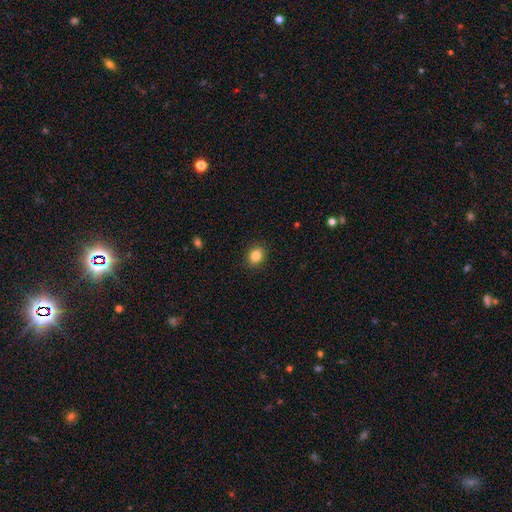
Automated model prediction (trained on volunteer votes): smooth_or_featured: smooth (p=0.85) [alt: star or artifact p=0.10]
how_rounded: round (p=0.62) [alt: in between p=0.37]
merging: none (p=0.90) [alt: minor disturbance p=0.07]